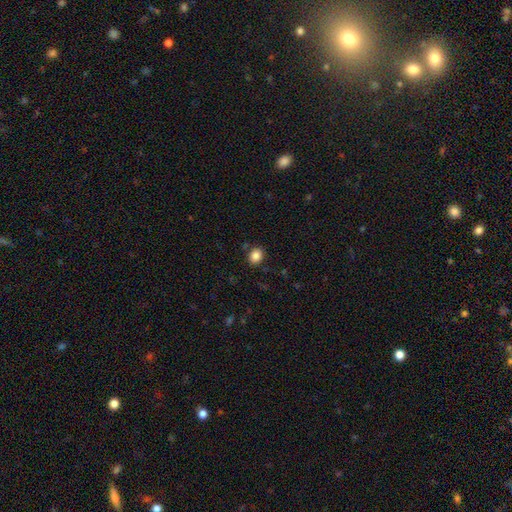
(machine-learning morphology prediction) Smooth or featured? smooth (85%)
How rounded? round (55%)
Merging? none (86%)